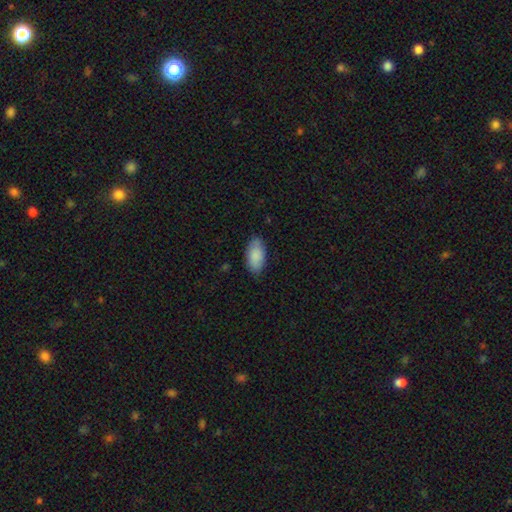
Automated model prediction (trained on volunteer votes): Smooth or featured? smooth (88%)
How rounded? in between (94%)
Merging? none (82%)